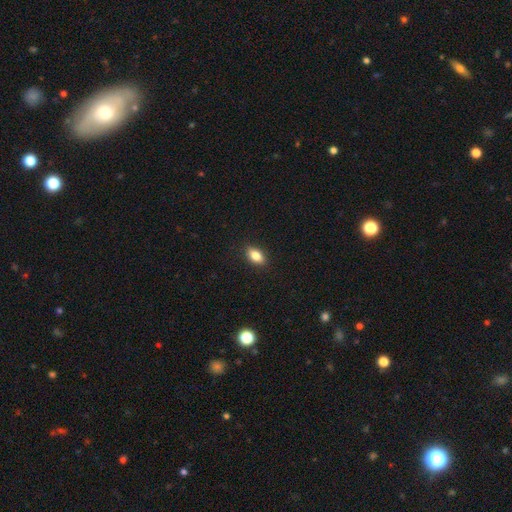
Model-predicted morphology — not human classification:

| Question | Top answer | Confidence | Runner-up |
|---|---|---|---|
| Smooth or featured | smooth | 83% | featured or disk (9%) |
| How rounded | in between | 87% | round (8%) |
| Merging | none | 89% | minor disturbance (9%) |